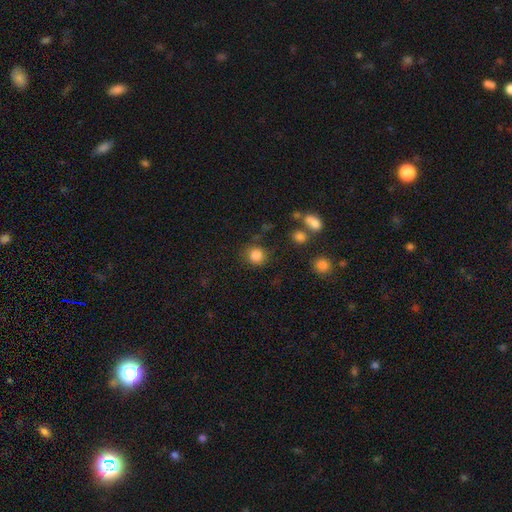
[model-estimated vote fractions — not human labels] smooth_or_featured: smooth (p=0.84) [alt: star or artifact p=0.11]
how_rounded: round (p=0.89) [alt: in between p=0.10]
merging: none (p=0.82) [alt: minor disturbance p=0.11]